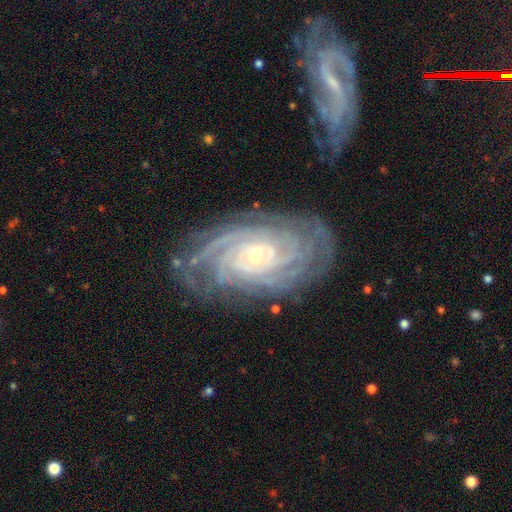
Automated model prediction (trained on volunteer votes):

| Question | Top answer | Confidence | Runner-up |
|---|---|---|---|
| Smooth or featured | featured or disk | 91% | star or artifact (5%) |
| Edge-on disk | no | 95% | yes (5%) |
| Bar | no | 67% | weak (23%) |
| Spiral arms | yes | 98% | no (2%) |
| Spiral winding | tight | 84% | medium (14%) |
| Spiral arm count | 4 | 26% | more than 4 (24%) |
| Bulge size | small | 64% | moderate (32%) |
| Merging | none | 77% | minor disturbance (15%) |